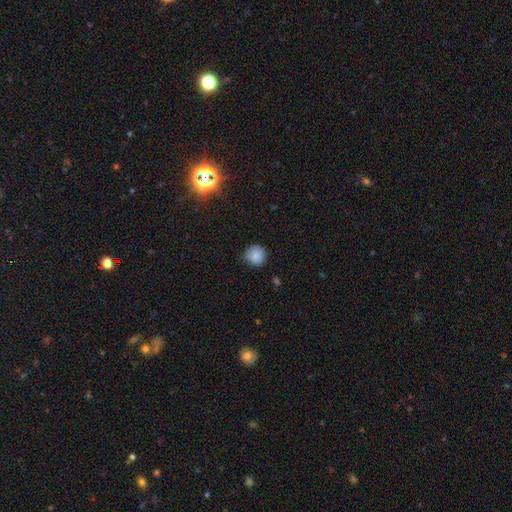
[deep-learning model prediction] Overall: smooth (84%). How rounded: round (90%). Merging: none (78%).